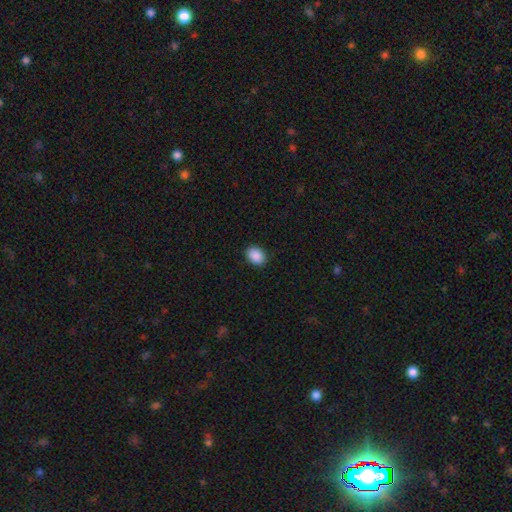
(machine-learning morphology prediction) Smooth or featured? smooth (90%)
How rounded? in between (60%)
Merging? none (88%)